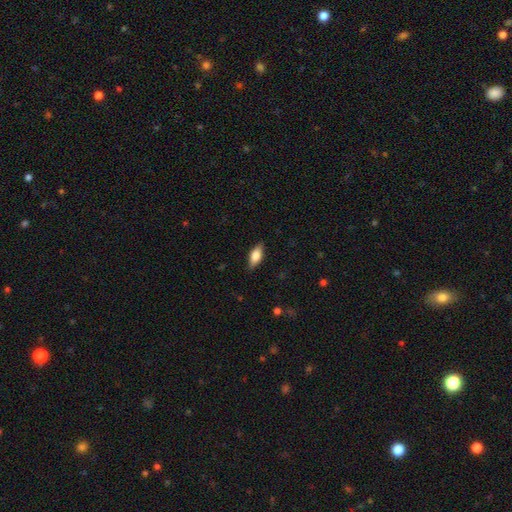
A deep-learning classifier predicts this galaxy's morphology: Smooth or featured? smooth (71%)
How rounded? in between (80%)
Merging? none (86%)